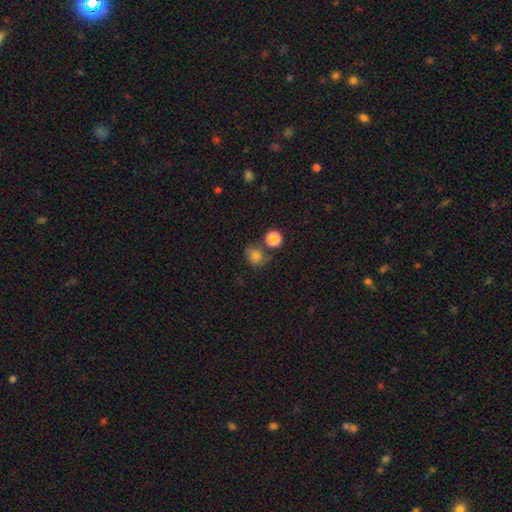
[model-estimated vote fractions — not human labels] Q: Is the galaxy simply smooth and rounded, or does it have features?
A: smooth — 78%.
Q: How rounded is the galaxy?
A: round — 69%.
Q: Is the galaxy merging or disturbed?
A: none — 56%.